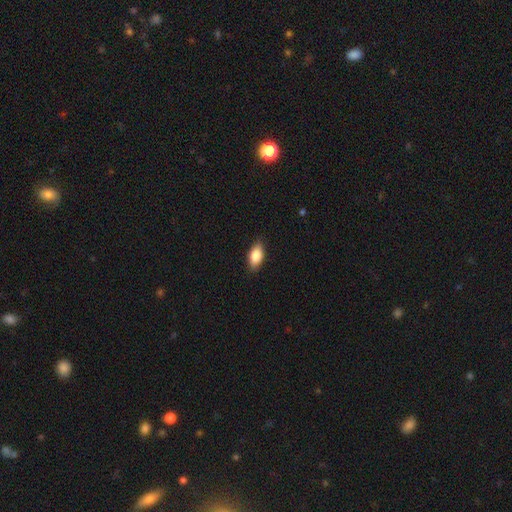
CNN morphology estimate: smooth_or_featured: smooth (p=0.84) [alt: featured or disk p=0.10]
how_rounded: in between (p=0.90) [alt: cigar-shaped p=0.06]
merging: none (p=0.87) [alt: minor disturbance p=0.10]